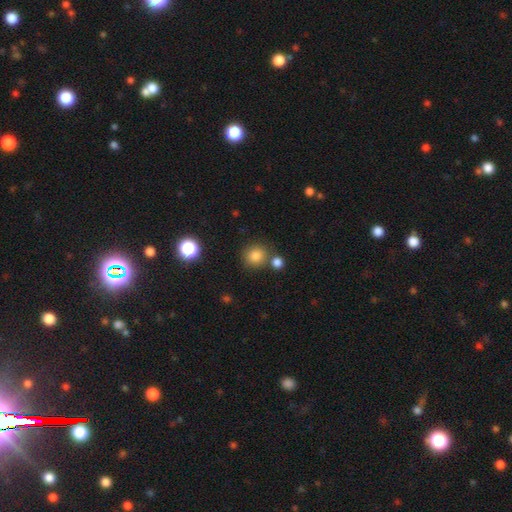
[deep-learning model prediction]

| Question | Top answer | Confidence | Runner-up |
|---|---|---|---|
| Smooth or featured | smooth | 82% | star or artifact (12%) |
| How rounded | round | 89% | in between (10%) |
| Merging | none | 75% | merger (13%) |